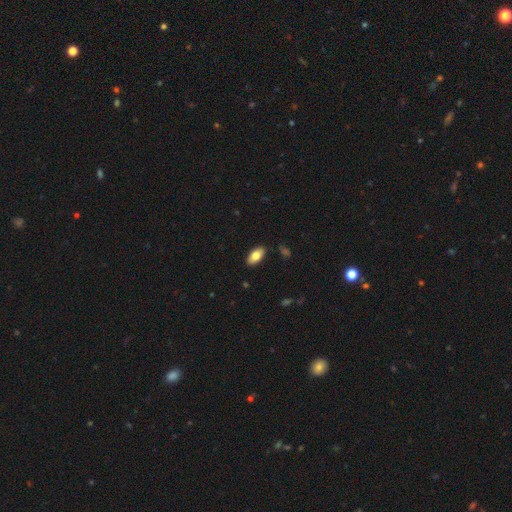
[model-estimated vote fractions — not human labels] Smooth or featured? Predicted: smooth (p=0.79). How rounded? Predicted: in between (p=0.92). Merging? Predicted: none (p=0.89).